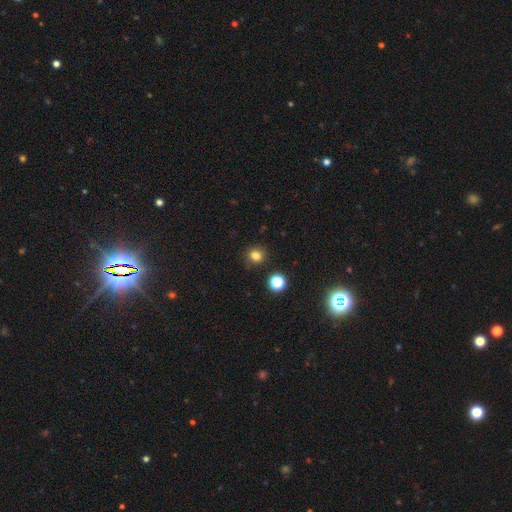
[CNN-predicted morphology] A smooth galaxy with no disk features (79%) that is round (78%).

Vote fractions:
- Smooth or featured? smooth: 79% / star or artifact: 15% / featured or disk: 6%
- How rounded? round: 78% / in between: 21% / cigar-shaped: 1%
- Merging? none: 86% / minor disturbance: 9% / merger: 3% / major disturbance: 3%